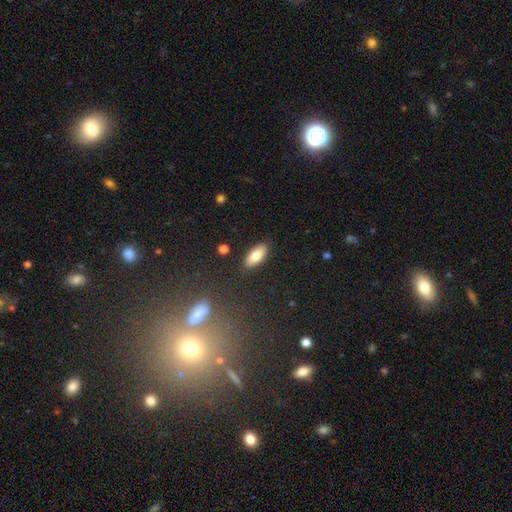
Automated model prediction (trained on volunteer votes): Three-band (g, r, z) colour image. It shows a smooth galaxy with no disk features (82%) that is in between round and cigar-shaped (87%). Merging: none (88%).